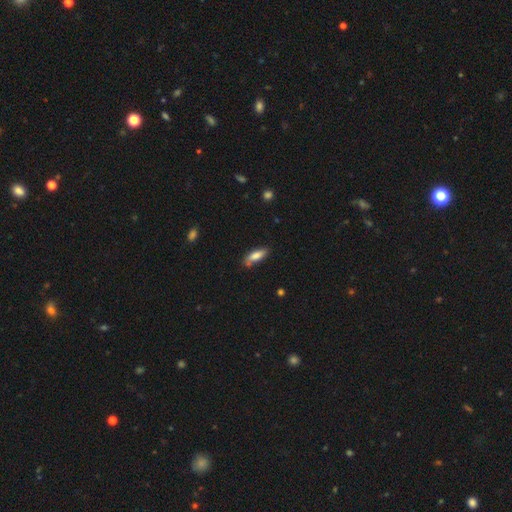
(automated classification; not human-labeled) Smooth or featured?
  - smooth: 79% *
  - featured or disk: 14%
  - star or artifact: 7%
How rounded?
  - in between: 62% *
  - cigar-shaped: 36%
  - round: 2%
Merging?
  - none: 70% *
  - minor disturbance: 20%
  - merger: 6%
  - major disturbance: 4%